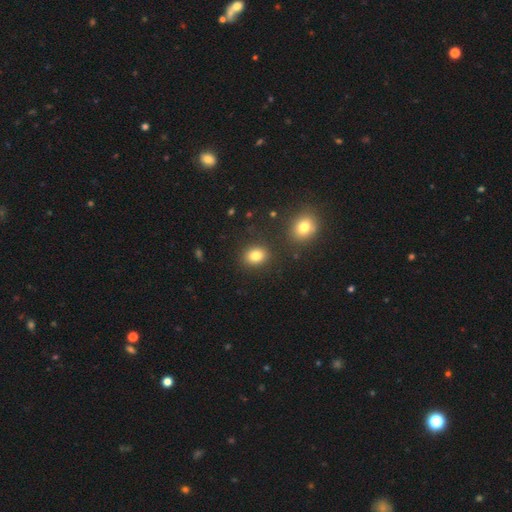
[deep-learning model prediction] This is clearly a smooth galaxy (82%). How rounded: possibly in between (51%). Merging: clearly none (85%).